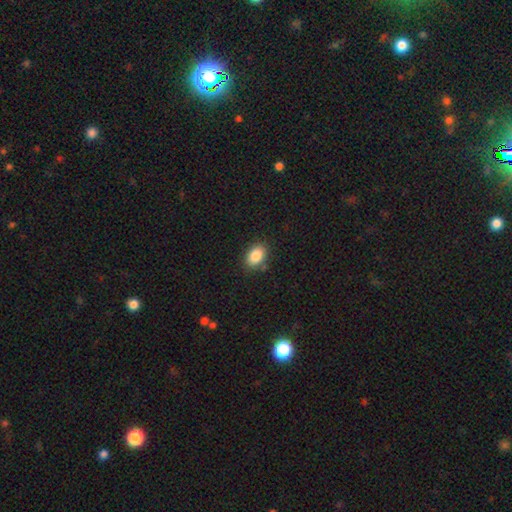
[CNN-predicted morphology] smooth_or_featured: smooth (p=0.86) [alt: star or artifact p=0.08]
how_rounded: in between (p=0.84) [alt: round p=0.15]
merging: none (p=0.84) [alt: minor disturbance p=0.11]